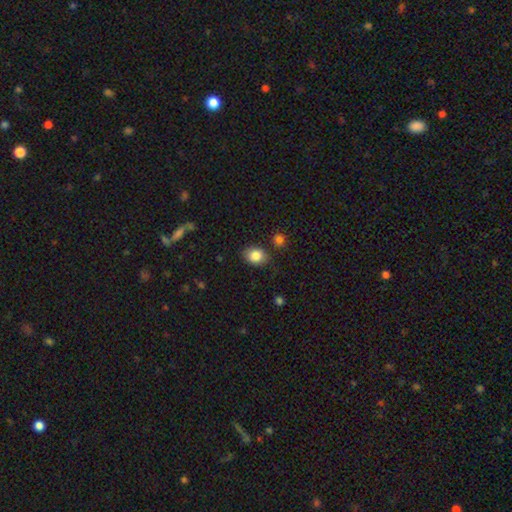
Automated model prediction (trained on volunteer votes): Smooth or featured? Predicted: smooth (p=0.85). How rounded? Predicted: in between (p=0.62). Merging? Predicted: none (p=0.80).